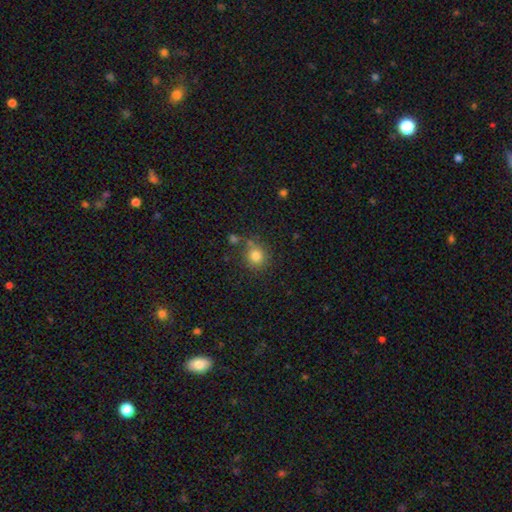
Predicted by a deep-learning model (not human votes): smooth_or_featured: smooth (p=0.81) [alt: star or artifact p=0.12]
how_rounded: round (p=0.85) [alt: in between p=0.14]
merging: none (p=0.73) [alt: minor disturbance p=0.13]